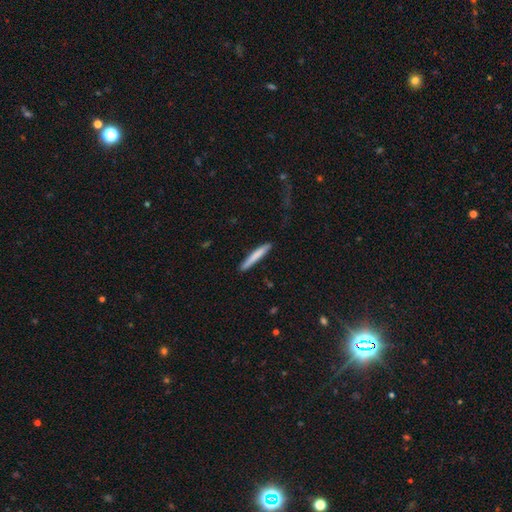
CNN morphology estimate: A smooth galaxy with no disk features (76%) that is cigar-shaped (96%).

Vote fractions:
- Smooth or featured? smooth: 76% / featured or disk: 19% / star or artifact: 5%
- How rounded? cigar-shaped: 96% / in between: 3% / round: 1%
- Merging? none: 88% / minor disturbance: 9% / major disturbance: 2% / merger: 1%